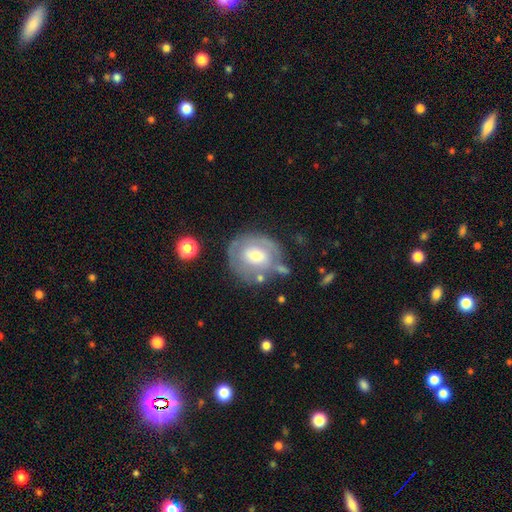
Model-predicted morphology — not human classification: This appears to be a featured or disk galaxy (60%) with no bar (60%), spiral arms (54%) and a moderate central bulge (62%). Merging: none (62%).